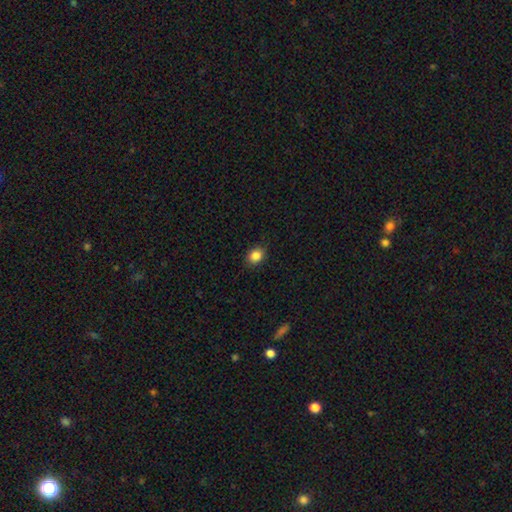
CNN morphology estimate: Smooth or featured: smooth — 86% (star or artifact — 10%)
How rounded: round — 51% (in between — 48%)
Merging: none — 85% (minor disturbance — 12%)